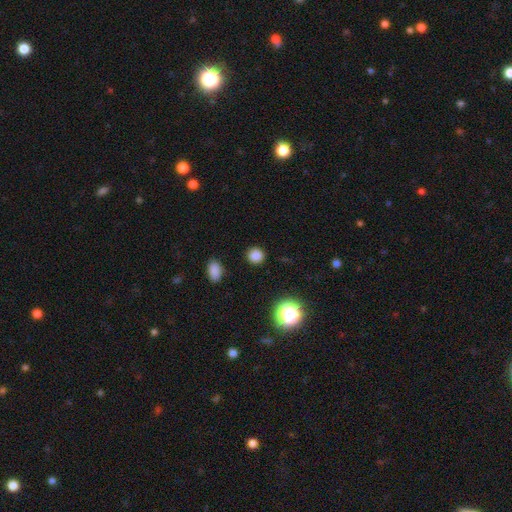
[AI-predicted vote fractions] Smooth or featured? smooth (83%)
How rounded? round (89%)
Merging? none (90%)